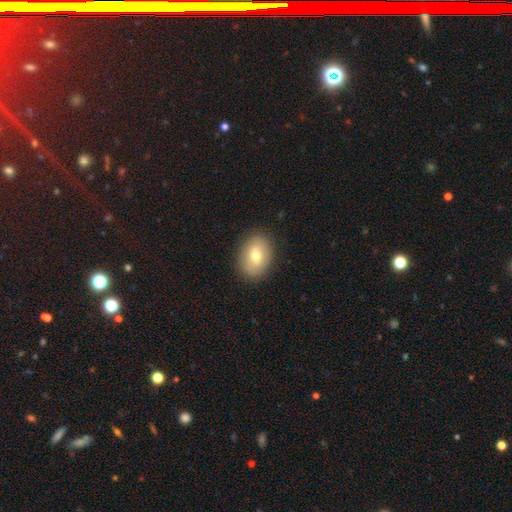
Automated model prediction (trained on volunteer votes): This appears to be a smooth galaxy with no disk features (71%) that is in between round and cigar-shaped (74%). Merging: none (87%).